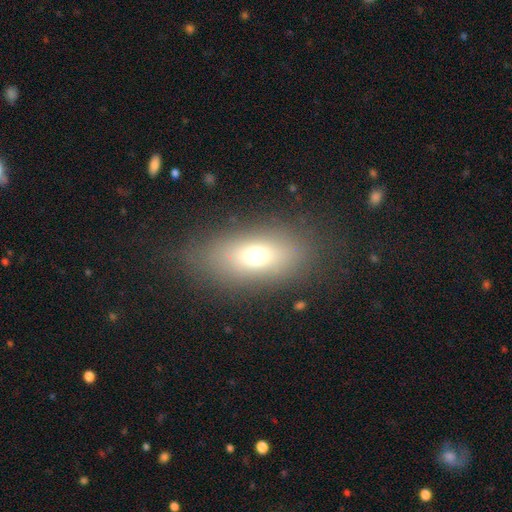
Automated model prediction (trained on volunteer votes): This is likely a smooth galaxy (69%). How rounded: clearly in between (81%). Merging: clearly none (81%).